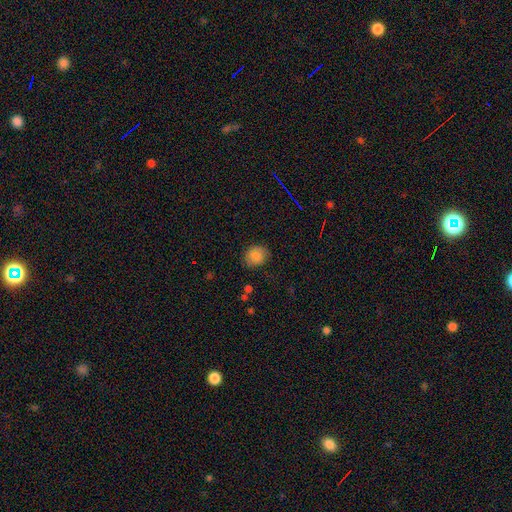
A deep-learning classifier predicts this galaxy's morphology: Overall: smooth (83%). How rounded: round (57%; in between 42%). Merging: none (83%).